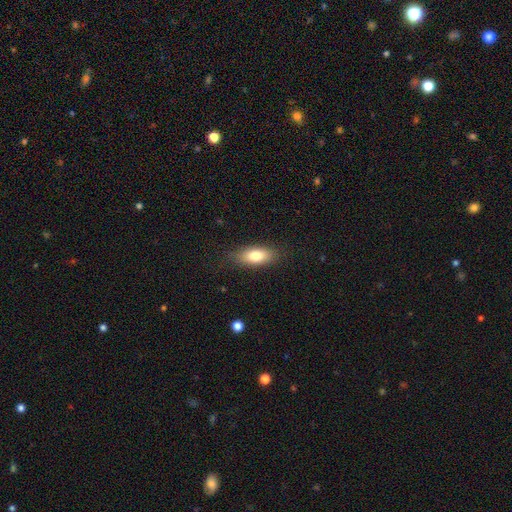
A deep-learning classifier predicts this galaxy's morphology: type=smooth (78%); roundness=in between (80%); merging=none (83%).